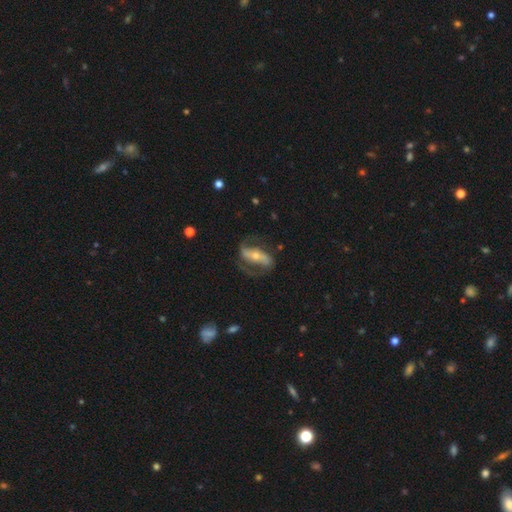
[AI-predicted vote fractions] A featured or disk galaxy (82%) with a strong bar (55%), 2 (90%) medium (43%) spiral arms (91%) and a small central bulge (51%).

Vote fractions:
- Smooth or featured? featured or disk: 82% / smooth: 12% / star or artifact: 5%
- Edge-on disk? no: 92% / yes: 8%
- Bar? strong: 55% / no: 23% / weak: 22%
- Spiral arms? yes: 91% / no: 9%
- Spiral winding? medium: 43% / loose: 41% / tight: 16%
- Spiral arm count? 2: 90% / can't tell: 4% / 1: 3% / 3: 1% / 4: 1% / more than 4: 1%
- Bulge size? small: 51% / moderate: 43% / large: 3% / none: 1% / dominant: 1%
- Merging? none: 70% / minor disturbance: 16% / major disturbance: 13% / merger: 2%